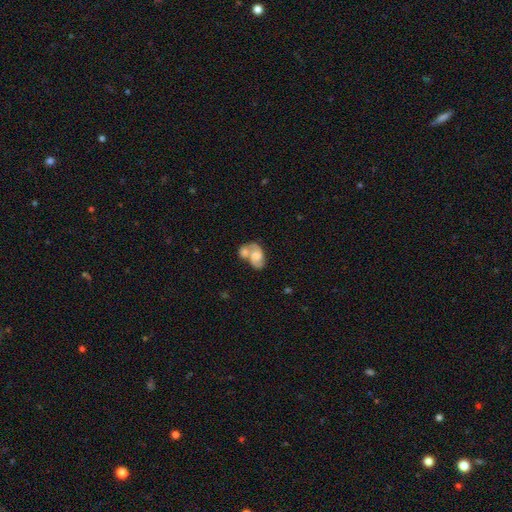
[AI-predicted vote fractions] Smooth or featured? Predicted: featured or disk (p=0.58). Edge-on disk? Predicted: no (p=0.97). Bar? Predicted: no (p=0.65). Spiral arms? Predicted: yes (p=0.80). Bulge size? Predicted: moderate (p=0.33). Merging? Predicted: merger (p=0.59).